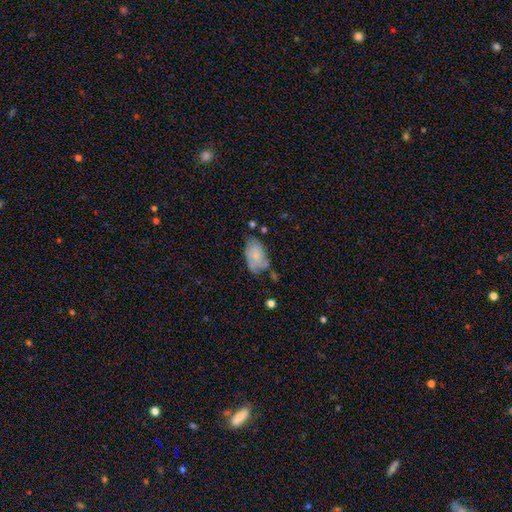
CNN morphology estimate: Smooth or featured?
  - smooth: 54% *
  - featured or disk: 38%
  - star or artifact: 8%
How rounded?
  - in between: 91% *
  - round: 7%
  - cigar-shaped: 2%
Merging?
  - none: 46% *
  - minor disturbance: 33%
  - major disturbance: 14%
  - merger: 7%